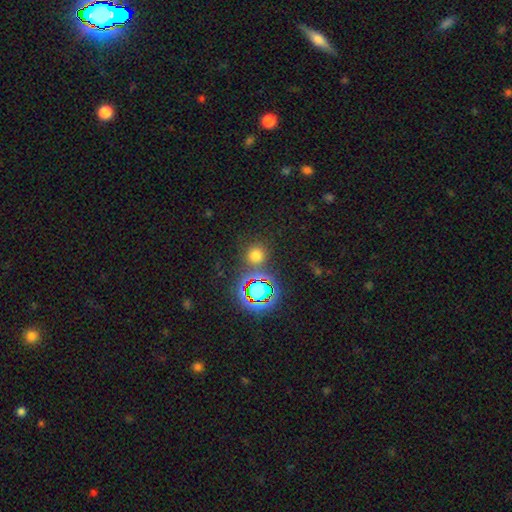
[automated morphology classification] type=smooth (64%); roundness=round (91%); merging=none (82%).